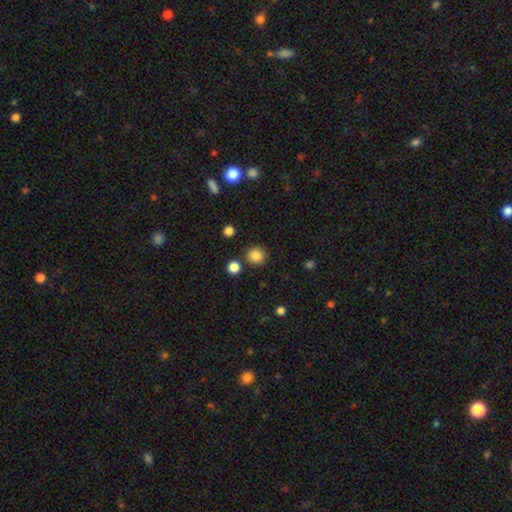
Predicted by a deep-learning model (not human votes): A smooth galaxy with no disk features (85%) that is round (92%). Merging: none (86%).